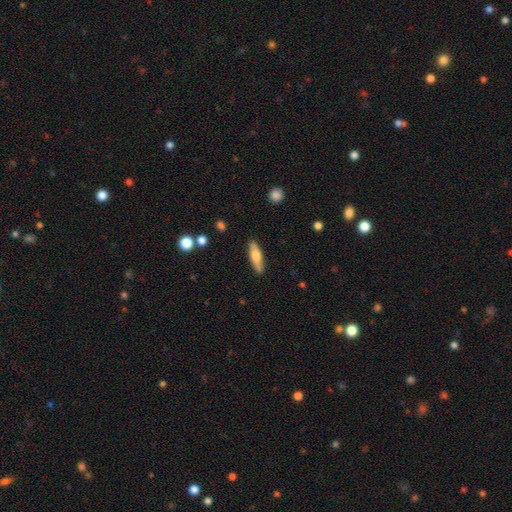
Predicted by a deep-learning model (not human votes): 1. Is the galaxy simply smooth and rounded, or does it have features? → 64% smooth, 30% featured or disk, 6% star or artifact.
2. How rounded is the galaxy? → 62% cigar-shaped, 35% in between, 2% round.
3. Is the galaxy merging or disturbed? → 88% none, 9% minor disturbance, 2% major disturbance, 1% merger.